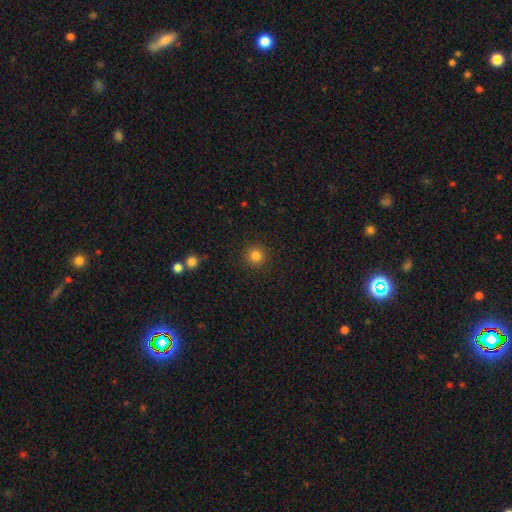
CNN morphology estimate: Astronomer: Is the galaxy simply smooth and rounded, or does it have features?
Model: smooth — 83%.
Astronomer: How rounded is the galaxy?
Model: round — 95%.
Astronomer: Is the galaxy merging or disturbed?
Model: none — 92%.